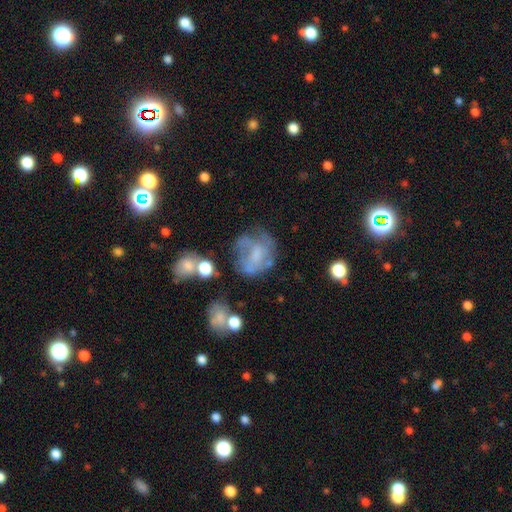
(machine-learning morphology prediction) The model was most divided on "smooth or featured": featured or disk: 49%, smooth: 37%, star or artifact: 14%. Remaining: merging — none (42%).